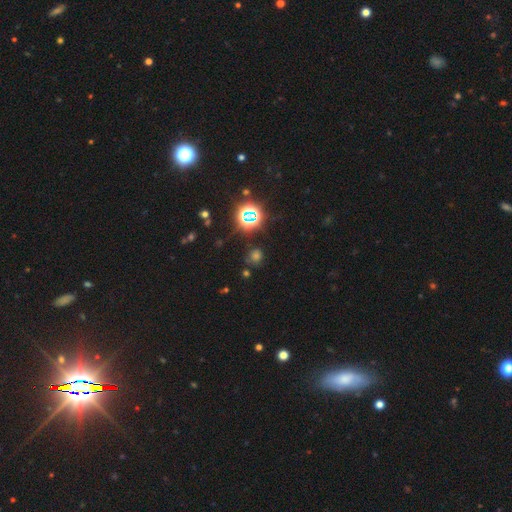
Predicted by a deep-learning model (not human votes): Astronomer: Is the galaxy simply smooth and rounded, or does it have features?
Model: star or artifact — 50% (runner-up: smooth, 42%).